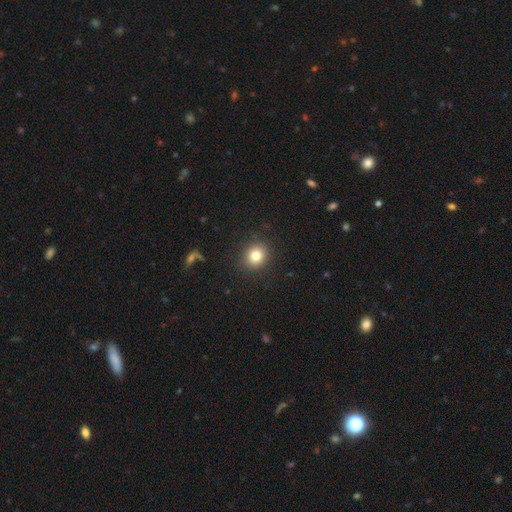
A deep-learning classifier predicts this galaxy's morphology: Smooth or featured? Predicted: smooth (p=0.81). How rounded? Predicted: round (p=0.80). Merging? Predicted: none (p=0.89).